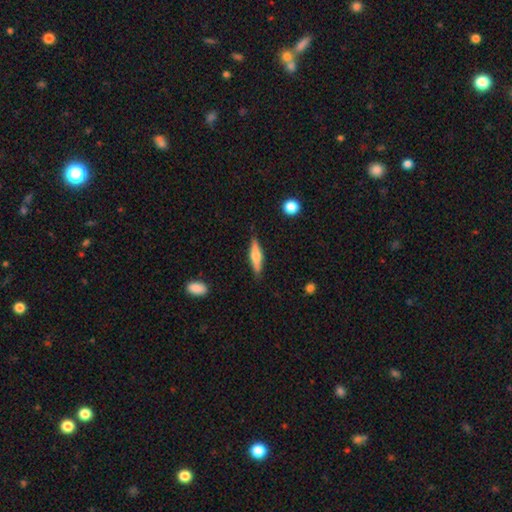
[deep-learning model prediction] Smooth or featured: smooth — 52% (featured or disk — 42%)
How rounded: cigar-shaped — 73% (in between — 25%)
Merging: none — 86% (minor disturbance — 10%)